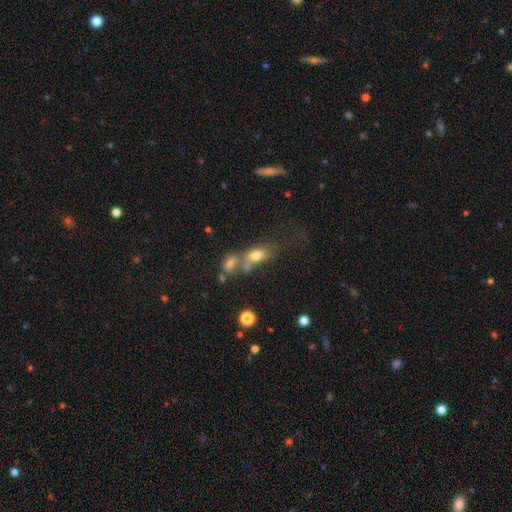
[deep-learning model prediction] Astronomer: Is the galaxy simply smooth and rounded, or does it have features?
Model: smooth — 70%.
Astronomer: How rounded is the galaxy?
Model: in between — 79%.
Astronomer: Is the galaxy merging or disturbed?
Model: merger — 44% (runner-up: none, 35%).